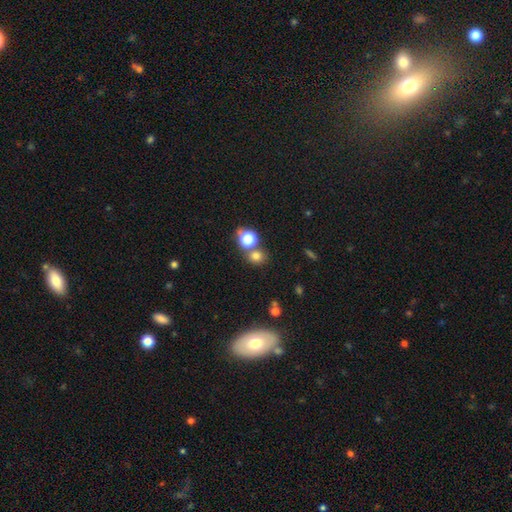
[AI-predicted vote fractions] This appears to be a smooth galaxy with no disk features (74%) that is round (79%). Merging: none (60%).